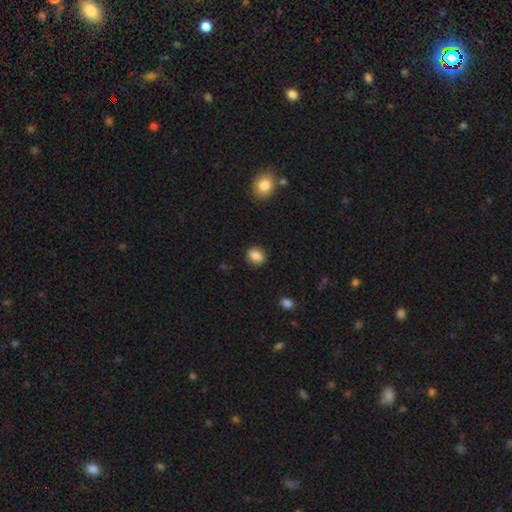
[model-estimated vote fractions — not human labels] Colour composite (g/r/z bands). It shows a smooth galaxy with no disk features (84%) that is round (54%). Merging: none (88%).